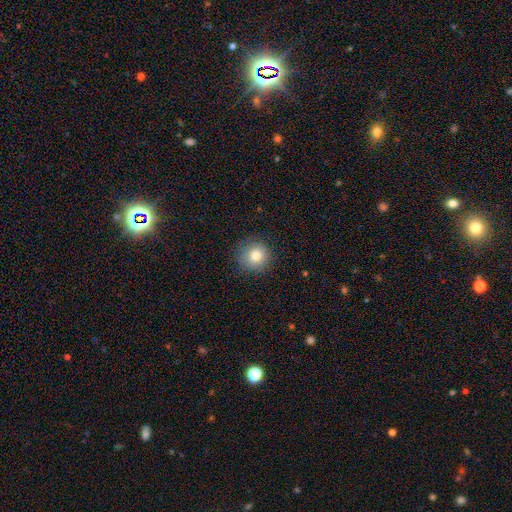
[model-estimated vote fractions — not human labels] A smooth galaxy with no disk features (80%) that is round (92%). Merging: none (86%).